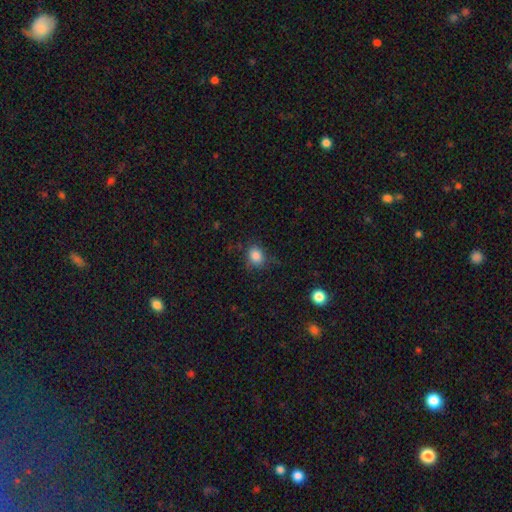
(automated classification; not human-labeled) This appears to be a smooth galaxy with no disk features (84%) that is round (59%). Merging: none (75%).